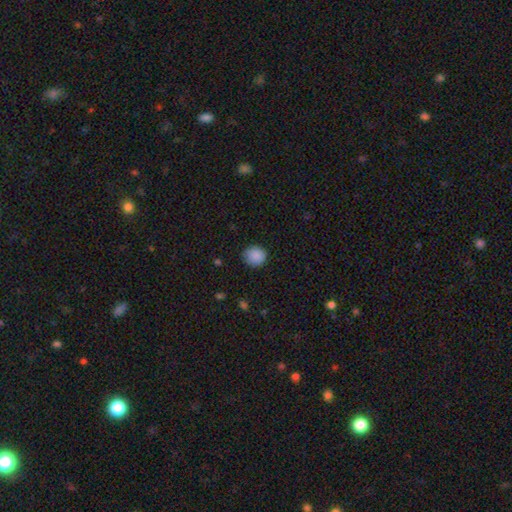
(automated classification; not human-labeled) Smooth or featured? Predicted: smooth (p=0.88). How rounded? Predicted: round (p=0.88). Merging? Predicted: none (p=0.85).